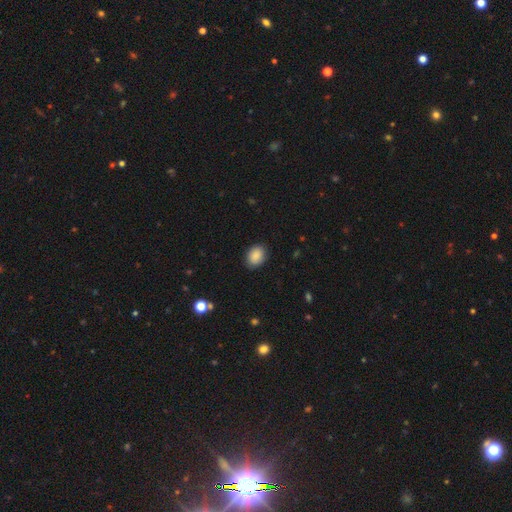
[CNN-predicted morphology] Q: Smooth or featured?
A: smooth (89%); runner-up: star or artifact (7%)
Q: How rounded?
A: in between (67%); runner-up: round (32%)
Q: Merging?
A: none (86%); runner-up: minor disturbance (10%)